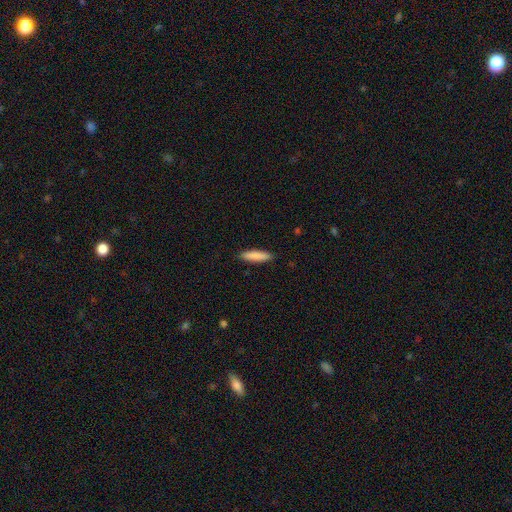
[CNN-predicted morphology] Smooth or featured? smooth (86%)
How rounded? cigar-shaped (77%)
Merging? none (89%)